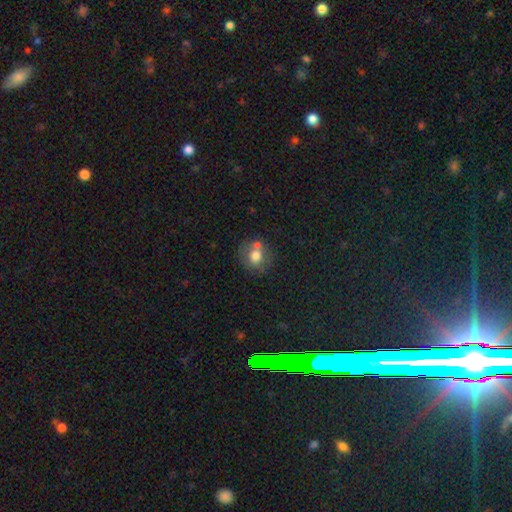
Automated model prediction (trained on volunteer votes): Smooth or featured?
  - smooth: 72% *
  - featured or disk: 17%
  - star or artifact: 11%
How rounded?
  - round: 78% *
  - in between: 21%
  - cigar-shaped: 1%
Merging?
  - none: 55% *
  - merger: 27%
  - minor disturbance: 14%
  - major disturbance: 5%